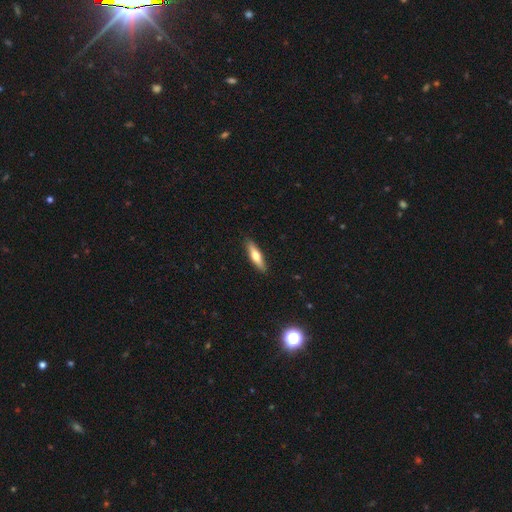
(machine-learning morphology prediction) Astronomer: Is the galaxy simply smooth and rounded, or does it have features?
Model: smooth — 58% (runner-up: featured or disk, 36%).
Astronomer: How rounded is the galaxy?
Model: cigar-shaped — 69%.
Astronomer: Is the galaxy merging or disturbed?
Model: none — 90%.